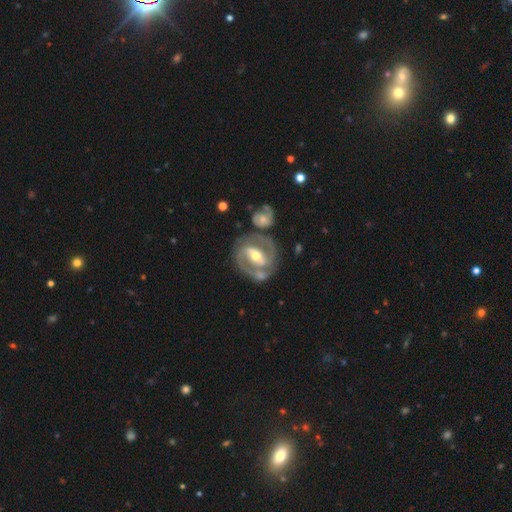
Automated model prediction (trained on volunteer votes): This appears to be a featured or disk galaxy (86%) with a strong bar (56%), 2 (87%) medium (45%, tied with tight) spiral arms (92%) and a moderate central bulge (69%). Merging: none (66%).